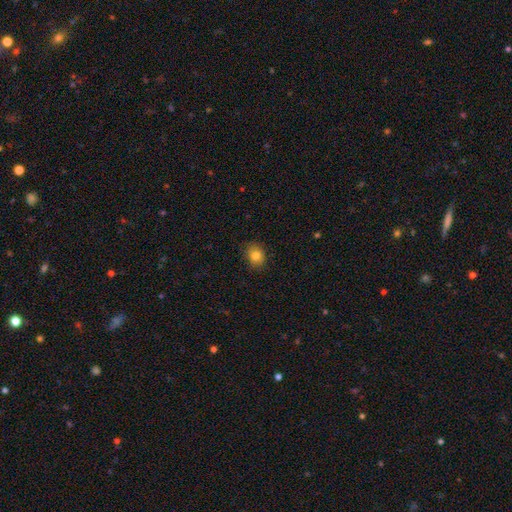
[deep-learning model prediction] Morphology: type=smooth (82%); roundness=round (58%); merging=none (85%).